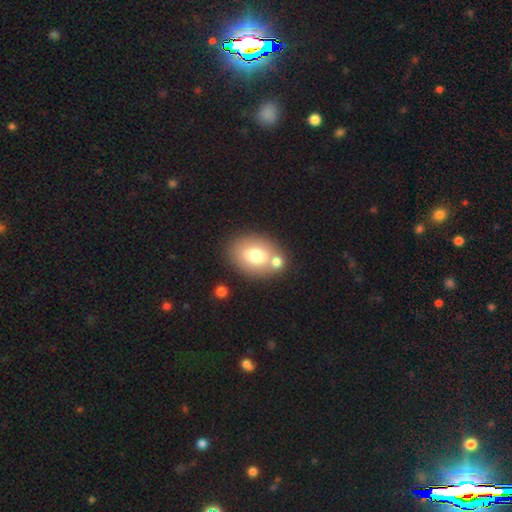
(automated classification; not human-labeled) Smooth or featured? smooth (71%)
How rounded? in between (75%)
Merging? none (57%)